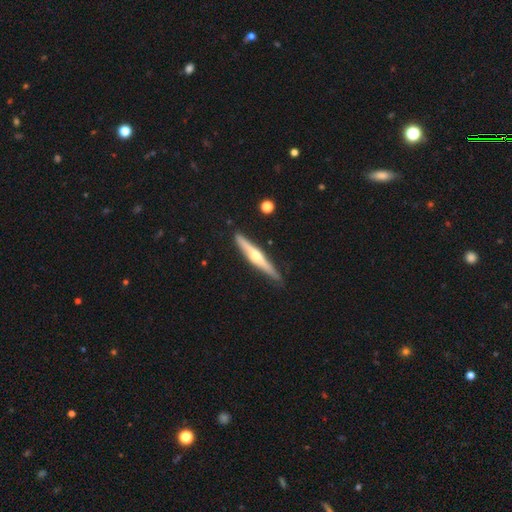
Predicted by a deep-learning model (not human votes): Overall: featured or disk (71%). Edge-on disk: yes (97%). Edge-on bulge: rounded (90%). Merging: none (88%).